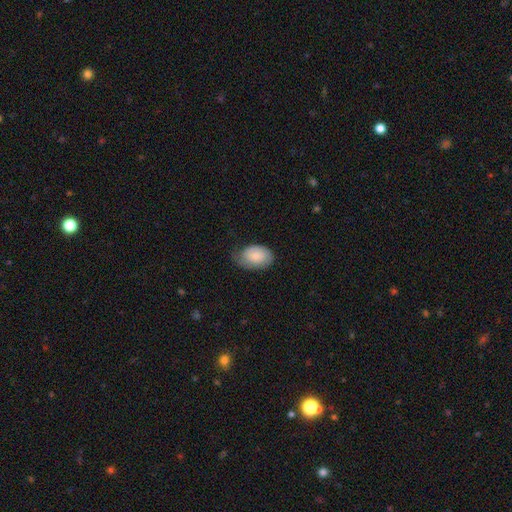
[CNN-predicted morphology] Smooth or featured: smooth — 68% (featured or disk — 26%)
How rounded: in between — 86% (round — 13%)
Merging: none — 53% (minor disturbance — 34%)